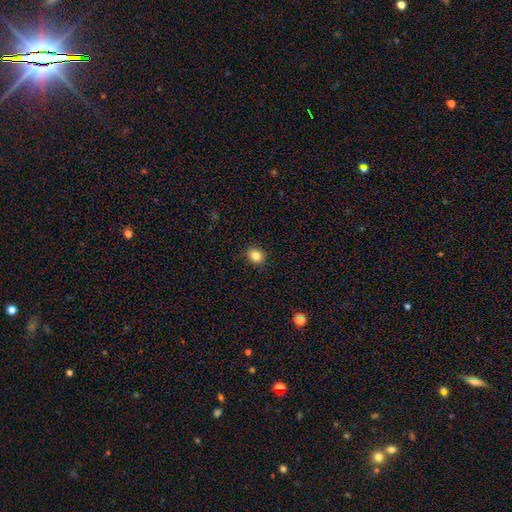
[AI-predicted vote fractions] Smooth or featured? smooth (83%)
How rounded? round (59%)
Merging? none (89%)